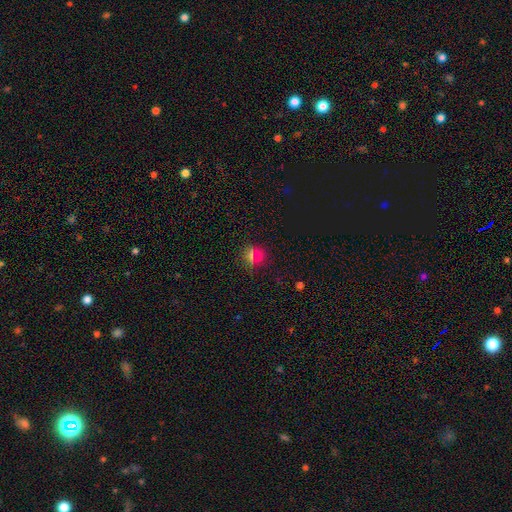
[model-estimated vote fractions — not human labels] This is likely a smooth galaxy (65%). How rounded: clearly round (87%). Merging: clearly none (82%).